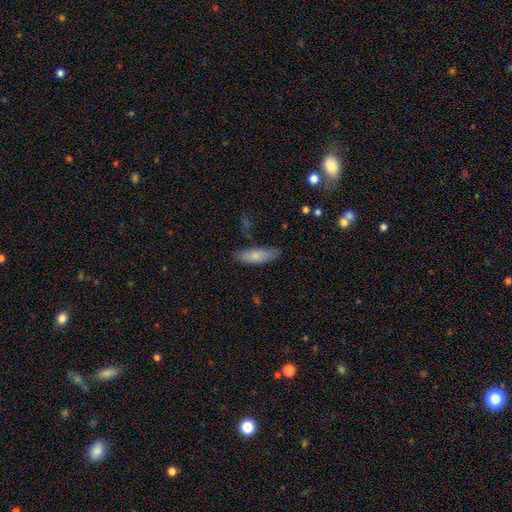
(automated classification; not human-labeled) smooth 76%, featured or disk 18%, star or artifact 6%. Down the decision tree: how rounded — in between (54%); merging — none (76%).